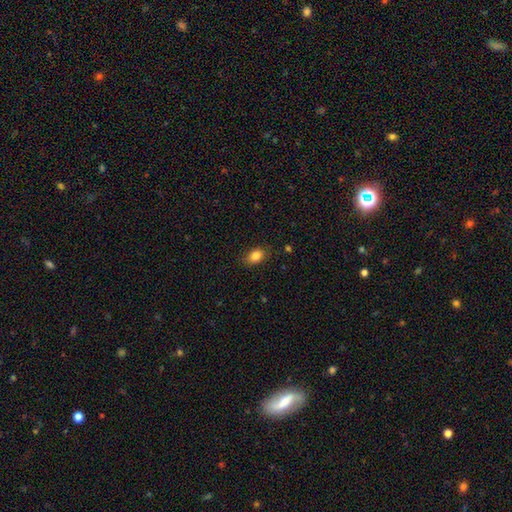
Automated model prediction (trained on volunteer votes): smooth-or-featured: smooth: 85% | star or artifact: 9% | featured or disk: 6%
  how-rounded: in between: 80% | round: 19% | cigar-shaped: 2%
  merging: none: 83% | minor disturbance: 12% | major disturbance: 3% | merger: 1%